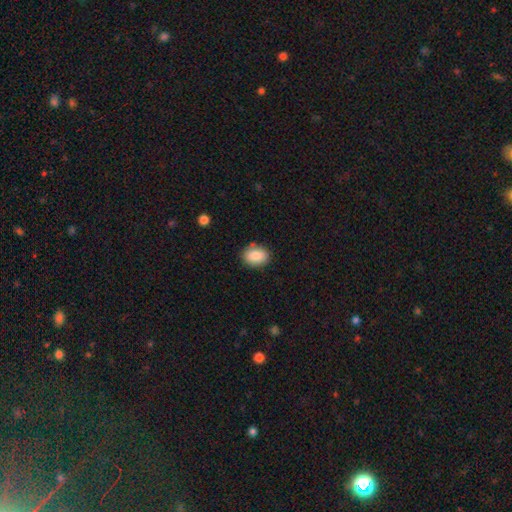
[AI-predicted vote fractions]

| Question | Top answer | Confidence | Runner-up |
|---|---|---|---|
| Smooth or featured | smooth | 88% | star or artifact (7%) |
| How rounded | in between | 71% | round (28%) |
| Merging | none | 83% | minor disturbance (12%) |